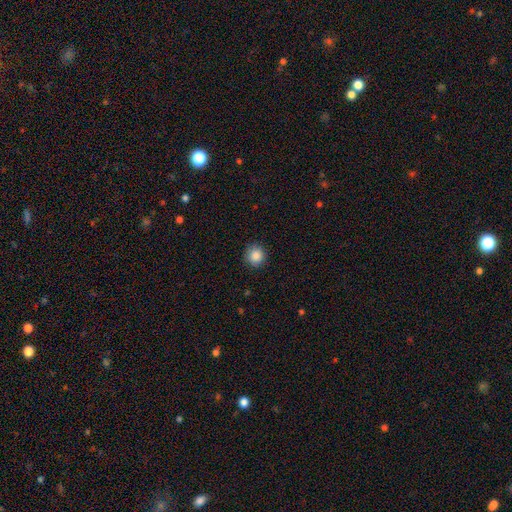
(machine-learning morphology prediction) A smooth galaxy with no disk features (86%) that is round (93%).

Vote fractions:
- Smooth or featured? smooth: 86% / star or artifact: 9% / featured or disk: 4%
- How rounded? round: 93% / in between: 6% / cigar-shaped: 1%
- Merging? none: 89% / minor disturbance: 8% / major disturbance: 2% / merger: 1%